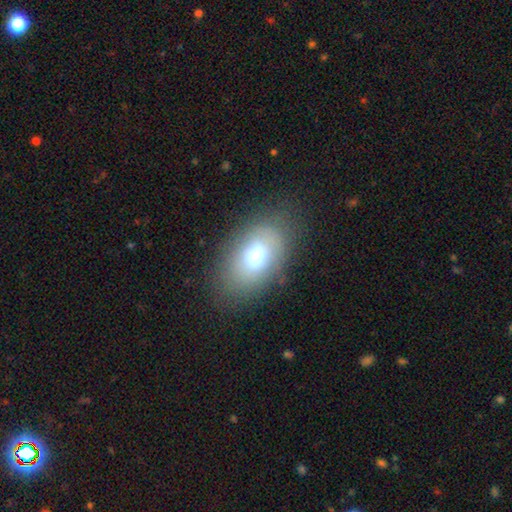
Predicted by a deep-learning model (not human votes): Smooth or featured? smooth (72%)
How rounded? in between (89%)
Merging? none (77%)